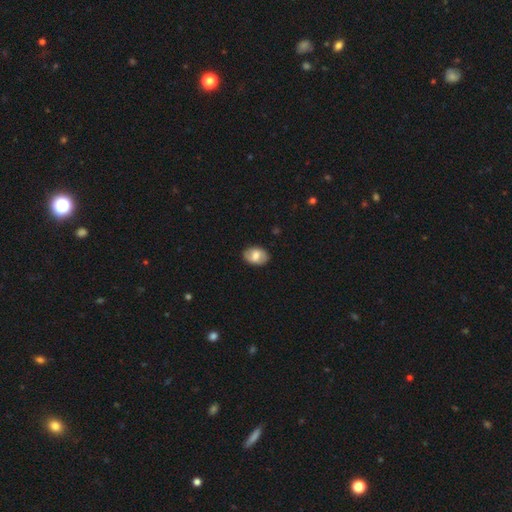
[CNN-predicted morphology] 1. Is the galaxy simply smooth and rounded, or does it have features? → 67% smooth, 26% featured or disk, 7% star or artifact.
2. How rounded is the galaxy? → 83% in between, 16% round, 1% cigar-shaped.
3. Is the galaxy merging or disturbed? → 85% none, 11% minor disturbance, 2% major disturbance, 1% merger.